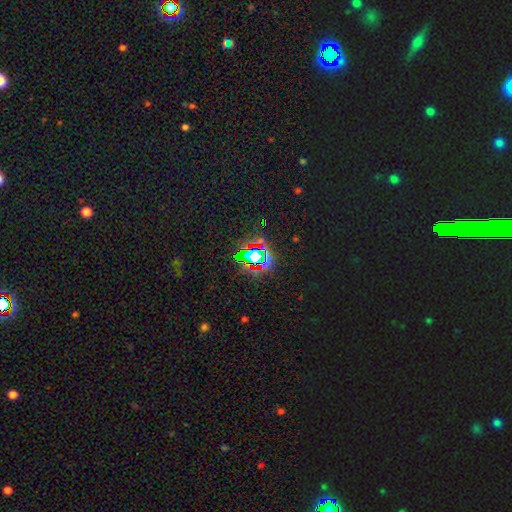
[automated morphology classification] star or artifact 75%, smooth 15%, featured or disk 10%.